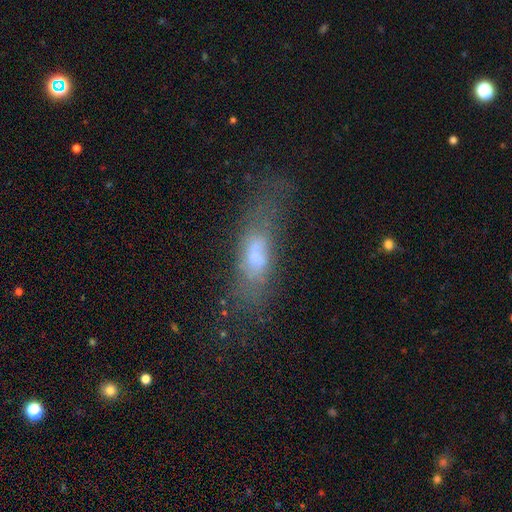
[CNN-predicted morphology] Overall: smooth (53%; featured or disk 35%). How rounded: in between (57%; cigar-shaped 39%). Merging: none (46%; minor disturbance 24%).